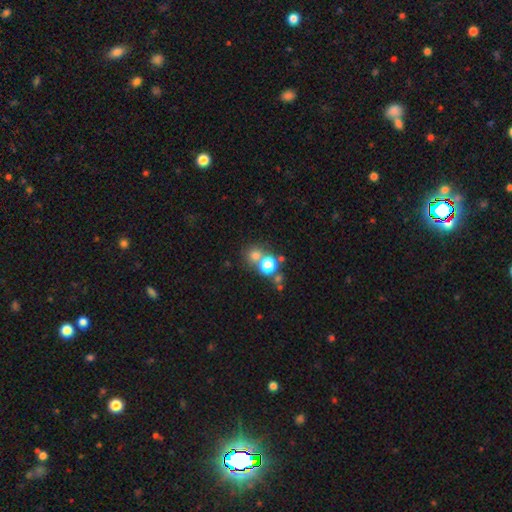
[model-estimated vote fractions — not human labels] Smooth or featured? Predicted: smooth (p=0.70). How rounded? Predicted: round (p=0.86). Merging? Predicted: none (p=0.55).